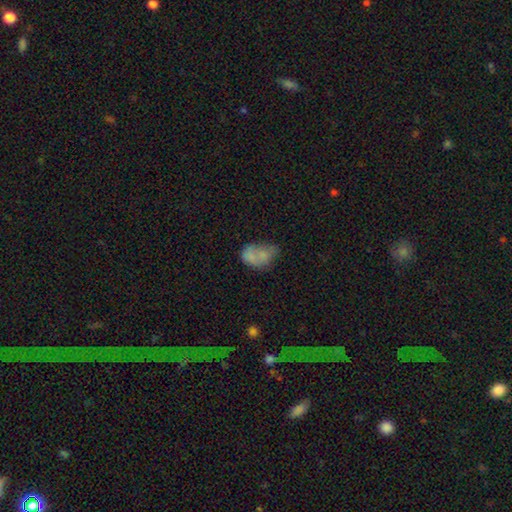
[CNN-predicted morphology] This is likely a smooth galaxy (68%). How rounded: clearly in between (81%). Merging: marginally none (29%).